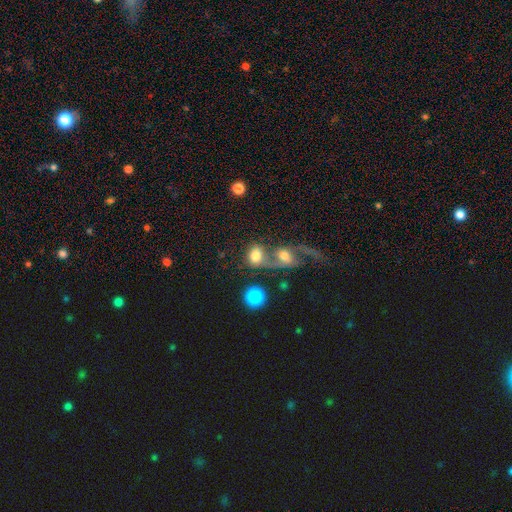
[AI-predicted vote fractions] smooth_or_featured: smooth (p=0.70) [alt: featured or disk p=0.20]
how_rounded: round (p=0.50) [alt: in between p=0.48]
merging: merger (p=0.53) [alt: none p=0.29]